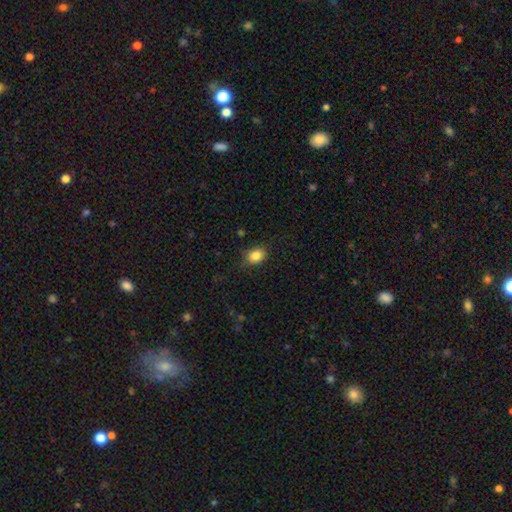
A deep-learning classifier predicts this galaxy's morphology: Smooth or featured? Predicted: smooth (p=0.85). How rounded? Predicted: in between (p=0.62). Merging? Predicted: none (p=0.81).